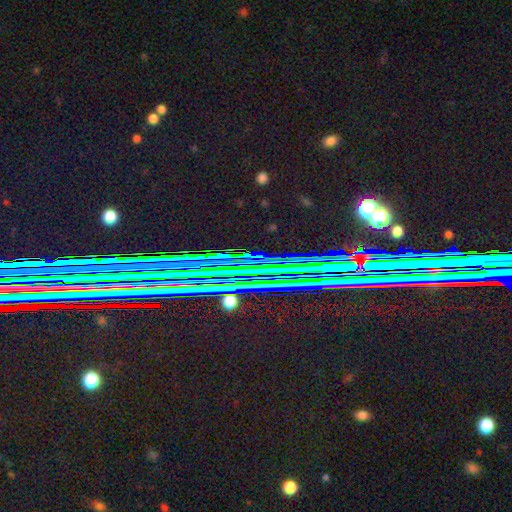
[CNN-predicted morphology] A star or artifact, not a galaxy (77%).

Vote fractions:
- Smooth or featured? star or artifact: 77% / smooth: 12% / featured or disk: 11%